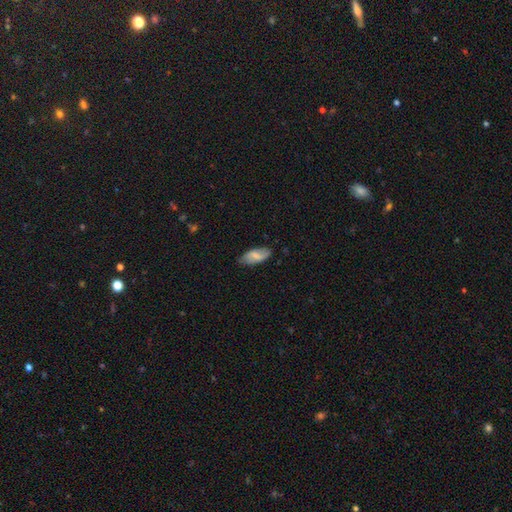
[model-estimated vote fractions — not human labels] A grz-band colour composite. It shows a smooth galaxy with no disk features (65%) that is in between round and cigar-shaped (88%). Merging: none (75%).